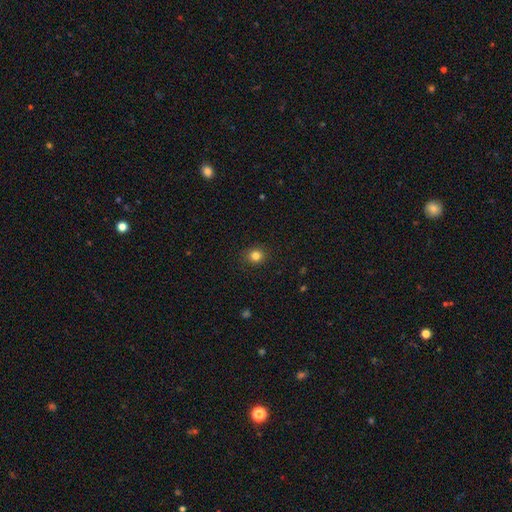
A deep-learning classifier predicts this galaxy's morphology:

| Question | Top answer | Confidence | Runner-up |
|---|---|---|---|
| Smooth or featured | smooth | 82% | star or artifact (12%) |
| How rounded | round | 86% | in between (14%) |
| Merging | none | 90% | minor disturbance (7%) |